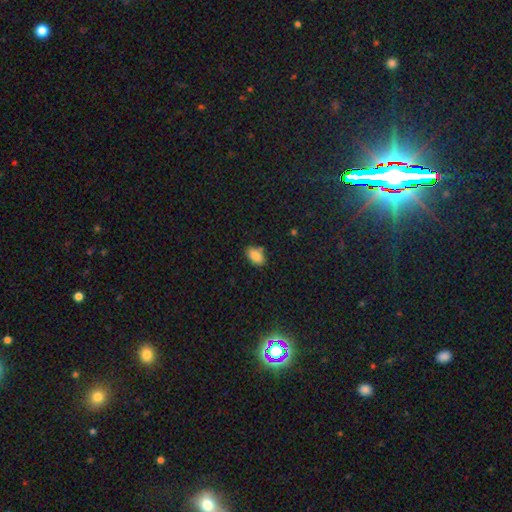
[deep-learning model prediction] Smooth or featured? smooth (85%)
How rounded? in between (88%)
Merging? none (75%)